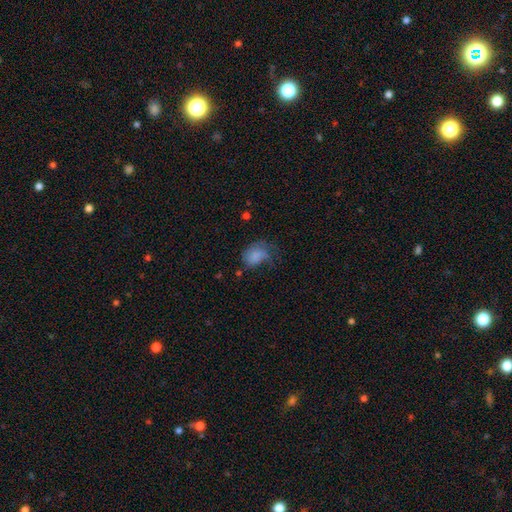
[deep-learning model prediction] The model was most divided on "merging": major disturbance: 39%, none: 29%, minor disturbance: 29%, merger: 3%. More confident: smooth or featured — smooth (74%); how rounded — in between (68%).